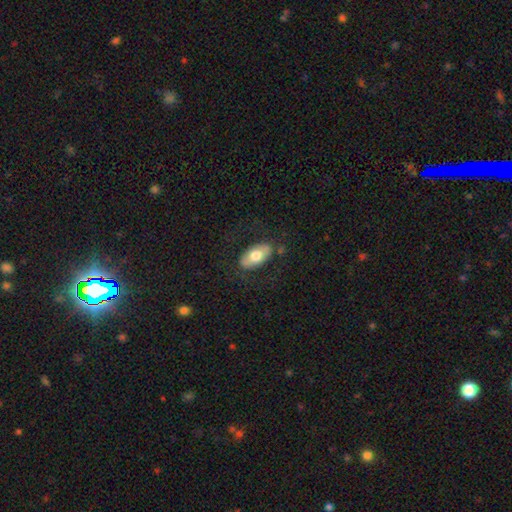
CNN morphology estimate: The model was most divided on "smooth or featured": smooth: 68%, featured or disk: 27%, star or artifact: 5%. More confident: how rounded — in between (93%); merging — none (80%).